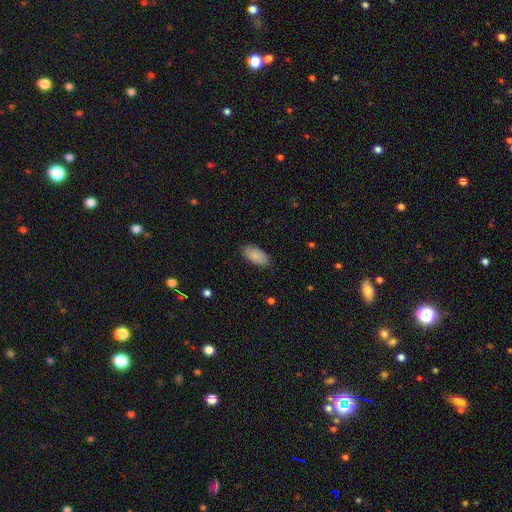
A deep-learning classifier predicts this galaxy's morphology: Smooth or featured? Predicted: smooth (p=0.87). How rounded? Predicted: in between (p=0.93). Merging? Predicted: none (p=0.85).